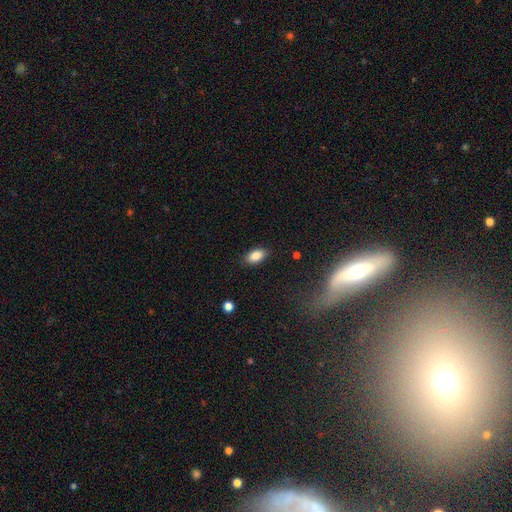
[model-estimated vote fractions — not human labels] Q: Smooth or featured?
A: smooth (86%); runner-up: star or artifact (8%)
Q: How rounded?
A: in between (92%); runner-up: round (4%)
Q: Merging?
A: none (87%); runner-up: minor disturbance (10%)